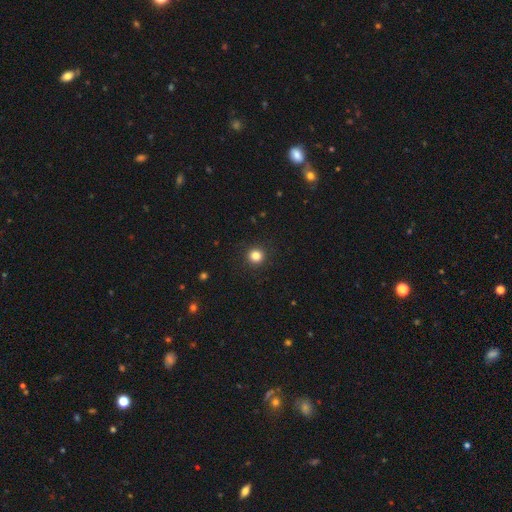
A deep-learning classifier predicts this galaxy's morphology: Smooth or featured?
  - smooth: 83% *
  - star or artifact: 13%
  - featured or disk: 4%
How rounded?
  - round: 95% *
  - in between: 4%
  - cigar-shaped: 1%
Merging?
  - none: 93% *
  - minor disturbance: 5%
  - major disturbance: 2%
  - merger: 1%